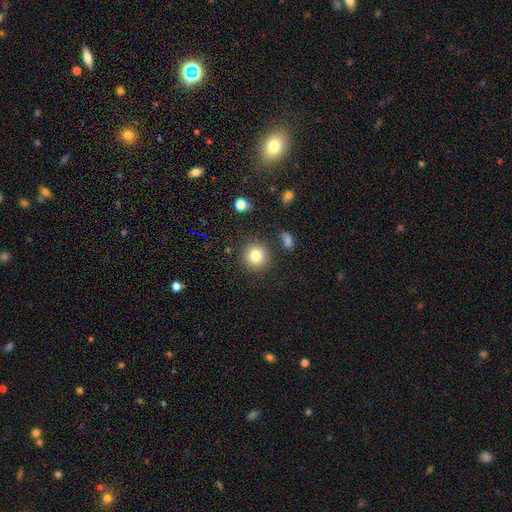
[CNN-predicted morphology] Smooth or featured: smooth — 81% (star or artifact — 11%)
How rounded: round — 92% (in between — 7%)
Merging: none — 86% (minor disturbance — 8%)